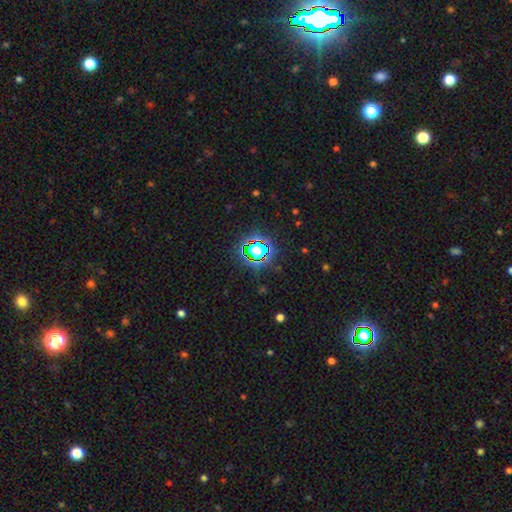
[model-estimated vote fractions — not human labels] Smooth or featured: star or artifact — 67% (smooth — 22%)